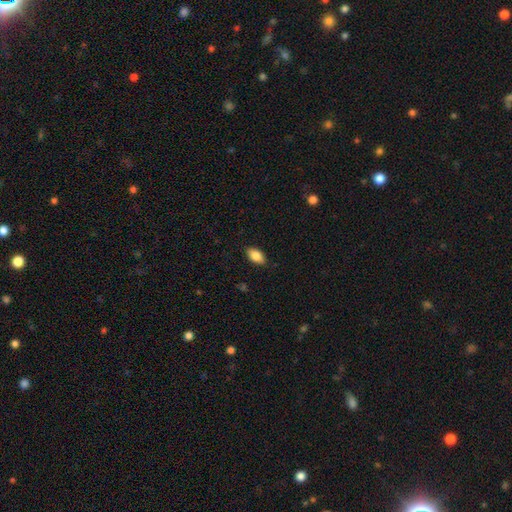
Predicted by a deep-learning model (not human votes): smooth_or_featured: smooth (p=0.84) [alt: featured or disk p=0.08]
how_rounded: in between (p=0.92) [alt: round p=0.05]
merging: none (p=0.87) [alt: minor disturbance p=0.10]